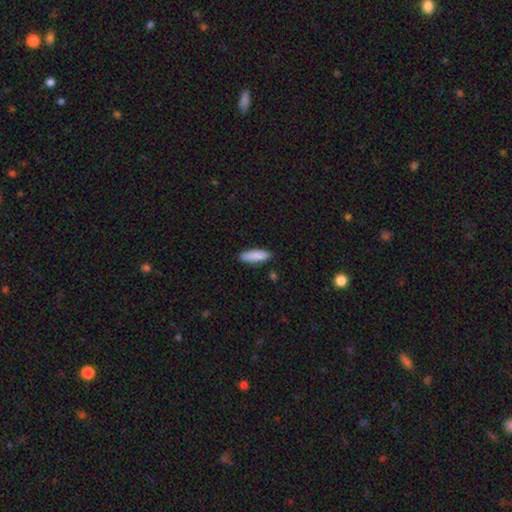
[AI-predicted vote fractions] smooth-or-featured: smooth: 89% | star or artifact: 6% | featured or disk: 5%
  how-rounded: cigar-shaped: 51% | in between: 47% | round: 2%
  merging: none: 86% | minor disturbance: 11% | major disturbance: 2% | merger: 1%